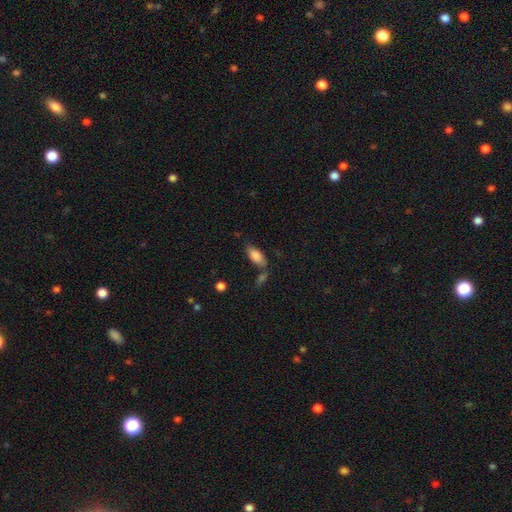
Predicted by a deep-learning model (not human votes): The model was most divided on "merging": none: 60%, merger: 17%, minor disturbance: 17%, major disturbance: 6%. More confident: how rounded — in between (86%); smooth or featured — smooth (83%).